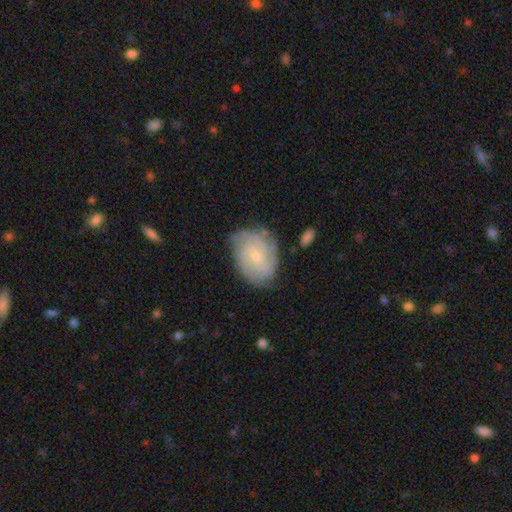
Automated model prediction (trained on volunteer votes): The model was most divided on "spiral arm count": can't tell: 31%, 3: 25%, 4: 18%, 2: 15%, more than 4: 6%, 1: 5%. More confident: edge-on disk — no (97%); spiral arms — yes (95%); smooth or featured — featured or disk (78%); bulge size — small (75%); merging — none (74%); spiral winding — tight (68%); bar — no (67%).